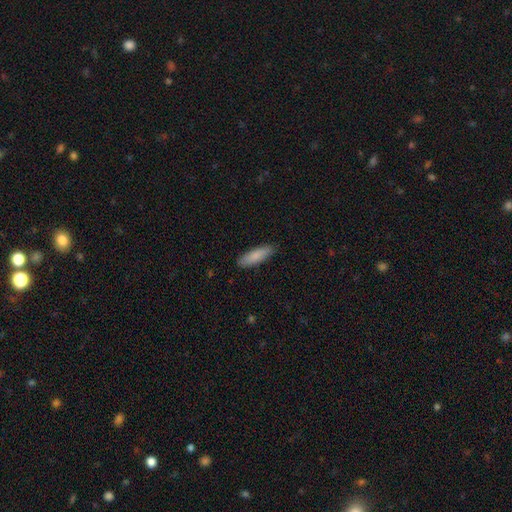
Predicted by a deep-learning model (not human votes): Q: Smooth or featured?
A: smooth (86%); runner-up: featured or disk (8%)
Q: How rounded?
A: cigar-shaped (53%); runner-up: in between (46%)
Q: Merging?
A: none (88%); runner-up: minor disturbance (10%)